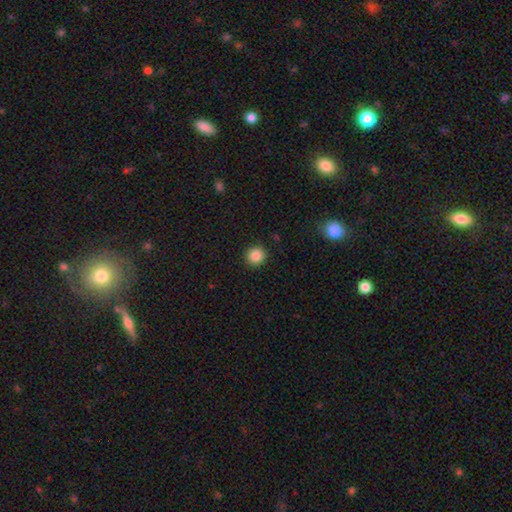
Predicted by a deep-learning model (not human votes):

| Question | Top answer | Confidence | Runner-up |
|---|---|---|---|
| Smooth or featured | smooth | 86% | star or artifact (10%) |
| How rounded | round | 93% | in between (6%) |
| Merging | none | 92% | minor disturbance (5%) |